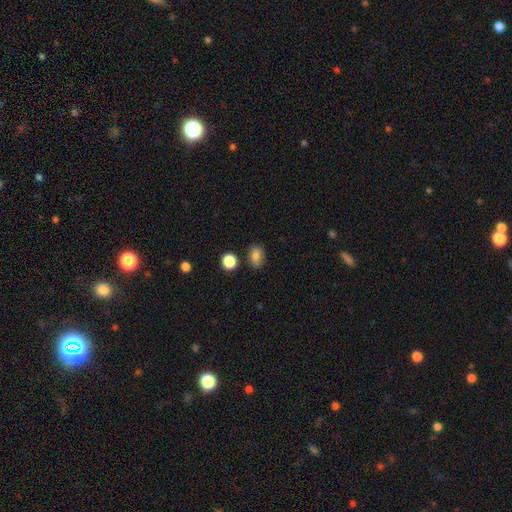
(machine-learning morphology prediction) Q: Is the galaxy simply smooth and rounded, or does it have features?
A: smooth — 82%.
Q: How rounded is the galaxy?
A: in between — 69%.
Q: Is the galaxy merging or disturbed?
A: none — 79%.